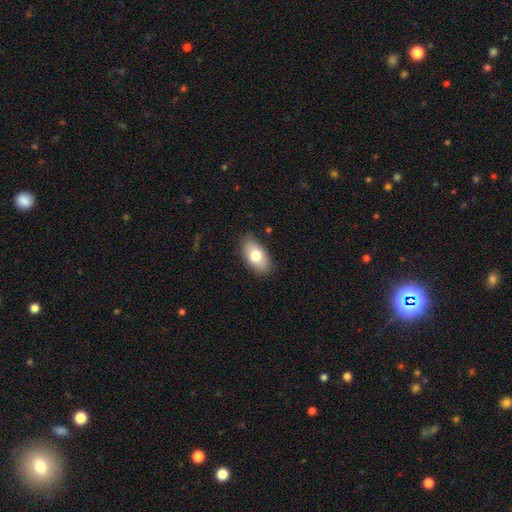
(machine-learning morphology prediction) smooth 75%, featured or disk 18%, star or artifact 7%. Down the decision tree: how rounded — in between (92%); merging — none (84%).